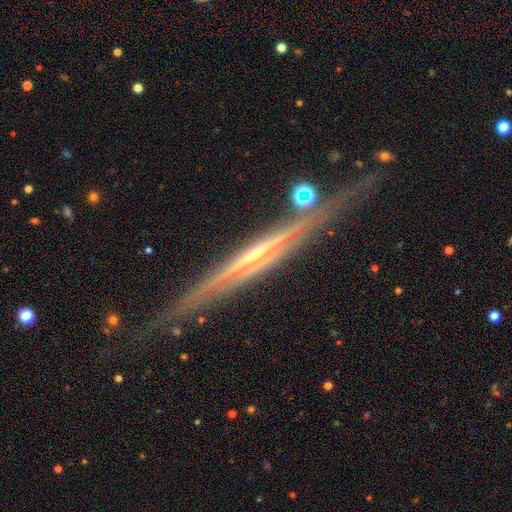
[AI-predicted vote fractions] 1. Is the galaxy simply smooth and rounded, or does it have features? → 84% featured or disk, 8% smooth, 7% star or artifact.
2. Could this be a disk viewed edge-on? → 97% yes, 3% no.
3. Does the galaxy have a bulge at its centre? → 48% rounded, 41% none, 11% boxy.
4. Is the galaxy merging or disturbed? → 80% none, 14% minor disturbance, 4% major disturbance, 3% merger.